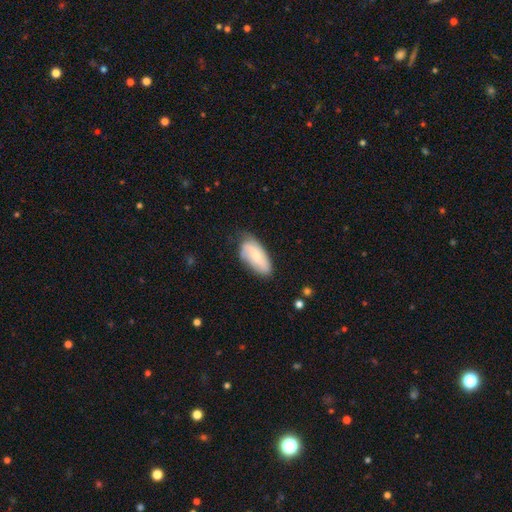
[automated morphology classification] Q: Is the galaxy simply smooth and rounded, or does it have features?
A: smooth — 56%.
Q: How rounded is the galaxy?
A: in between — 89%.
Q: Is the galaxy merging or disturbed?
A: none — 60%.